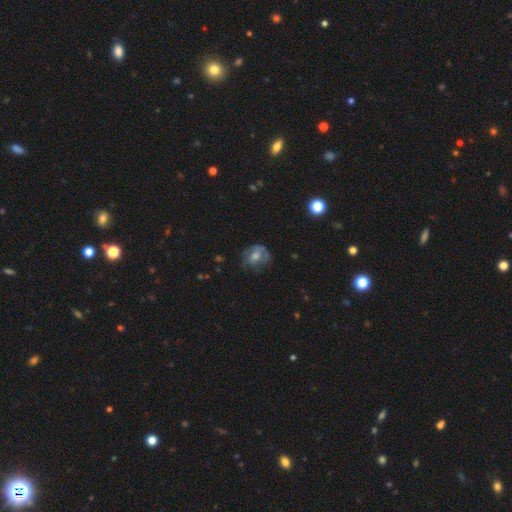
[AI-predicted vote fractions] Overall: featured or disk (49%; smooth 40%). Merging: none (60%; minor disturbance 25%).